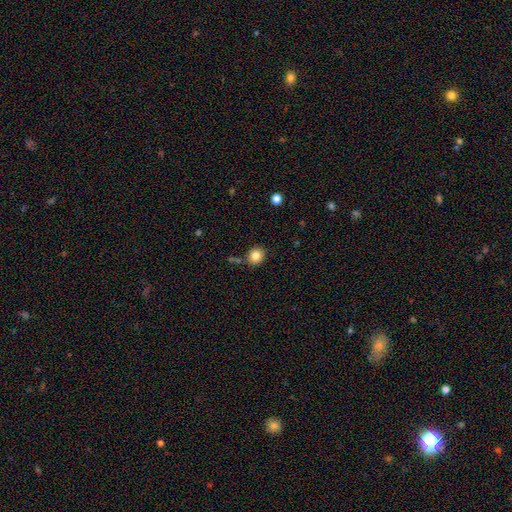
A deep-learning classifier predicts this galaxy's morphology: Smooth or featured? smooth (83%)
How rounded? round (76%)
Merging? none (82%)